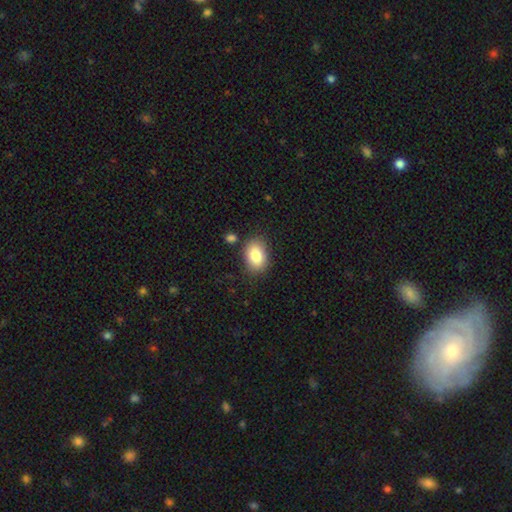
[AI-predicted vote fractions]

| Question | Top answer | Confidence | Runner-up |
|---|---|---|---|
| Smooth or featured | smooth | 84% | featured or disk (8%) |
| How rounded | in between | 80% | round (19%) |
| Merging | none | 80% | minor disturbance (13%) |